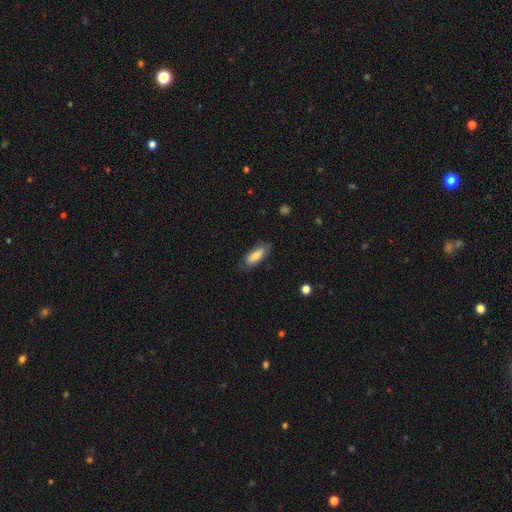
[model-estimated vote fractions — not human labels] The model was most divided on "how rounded": in between: 76%, cigar-shaped: 22%, round: 2%. More confident: smooth or featured — smooth (80%); merging — none (76%).